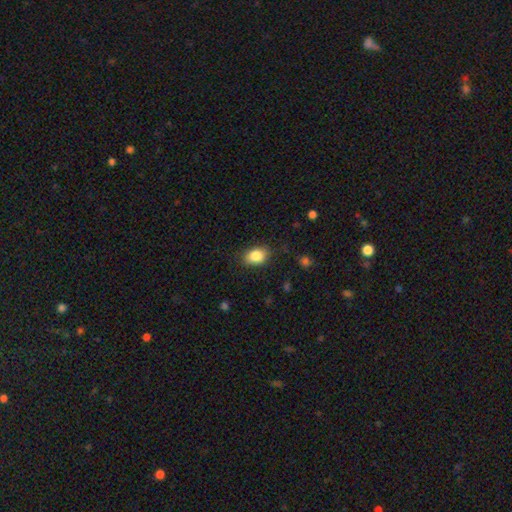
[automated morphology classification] A smooth galaxy with no disk features (86%) that is in between round and cigar-shaped (79%).

Vote fractions:
- Smooth or featured? smooth: 86% / star or artifact: 8% / featured or disk: 6%
- How rounded? in between: 79% / round: 20% / cigar-shaped: 1%
- Merging? none: 82% / minor disturbance: 14% / major disturbance: 3% / merger: 1%